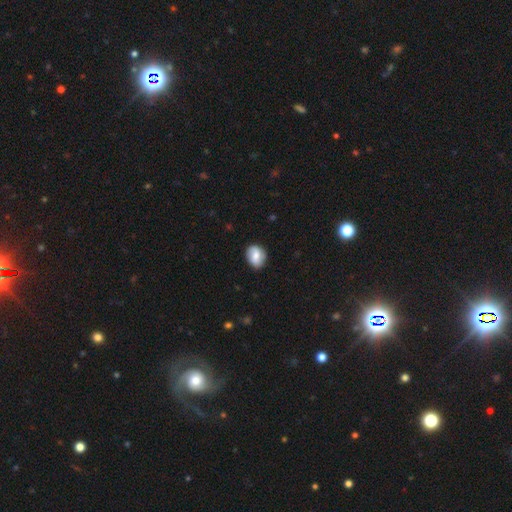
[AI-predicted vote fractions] smooth_or_featured: smooth (p=0.65) [alt: featured or disk p=0.27]
how_rounded: in between (p=0.55) [alt: round p=0.44]
merging: none (p=0.82) [alt: minor disturbance p=0.14]